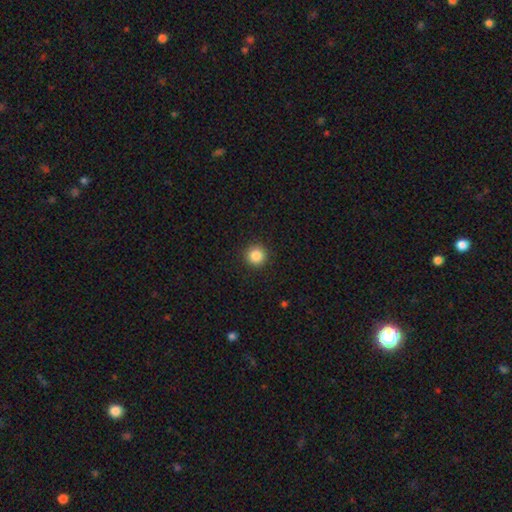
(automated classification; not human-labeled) This appears to be a smooth galaxy with no disk features (86%) that is round (95%). Merging: none (92%).